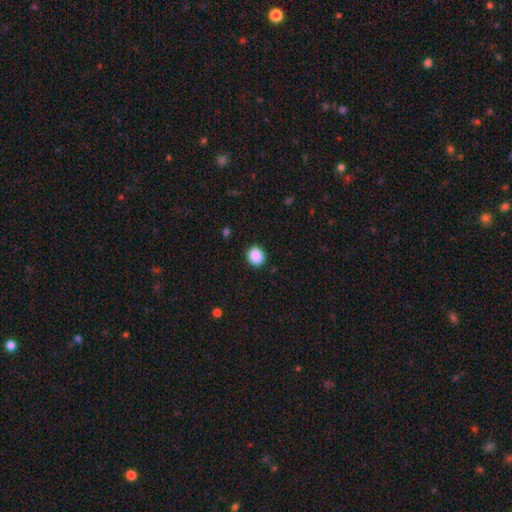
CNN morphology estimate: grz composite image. It shows a smooth galaxy with no disk features (89%) that is round (83%). Merging: none (91%).